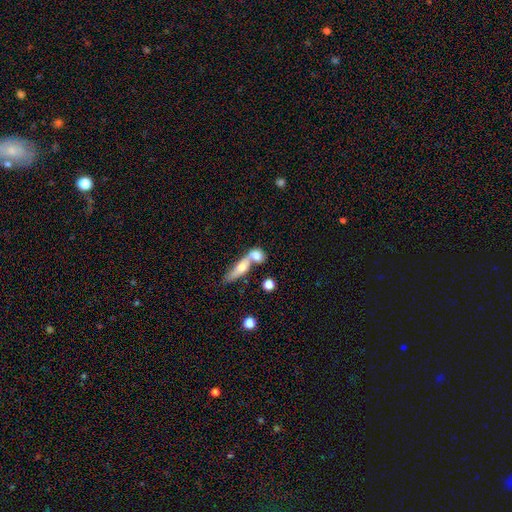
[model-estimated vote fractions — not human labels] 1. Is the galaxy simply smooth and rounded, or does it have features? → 67% smooth, 25% featured or disk, 8% star or artifact.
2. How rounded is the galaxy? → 47% in between, 31% round, 23% cigar-shaped.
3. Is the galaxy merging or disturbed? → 58% merger, 28% none, 8% minor disturbance, 6% major disturbance.